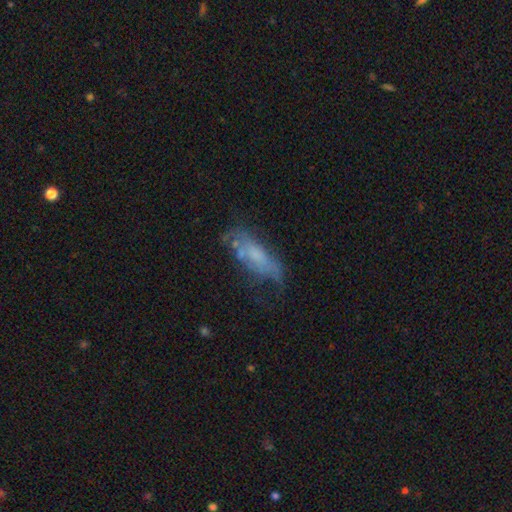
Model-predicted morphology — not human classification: Overall: smooth (47%; featured or disk 43%). Merging: none (46%; minor disturbance 29%).